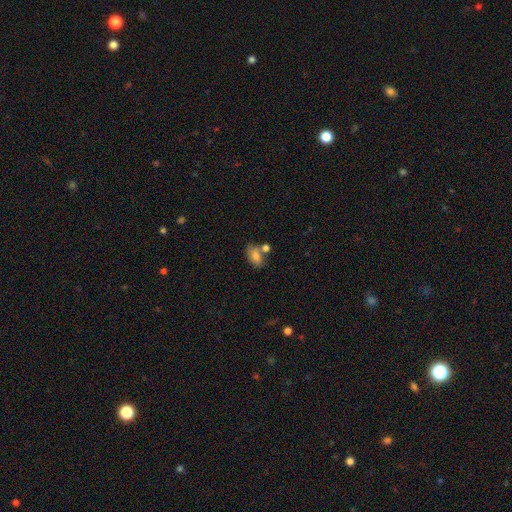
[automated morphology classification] smooth-or-featured: smooth: 77% | featured or disk: 14% | star or artifact: 9%
  how-rounded: in between: 85% | round: 12% | cigar-shaped: 3%
  merging: none: 54% | merger: 25% | minor disturbance: 16% | major disturbance: 5%